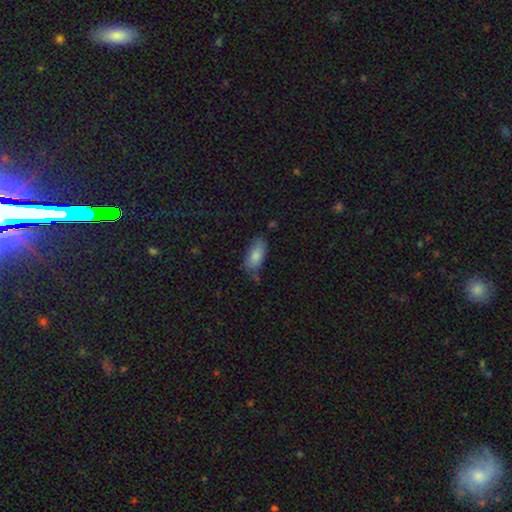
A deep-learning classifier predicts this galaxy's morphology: The model was most divided on "merging": none: 63%, minor disturbance: 26%, major disturbance: 6%, merger: 5%. More confident: how rounded — in between (89%); smooth or featured — smooth (83%).